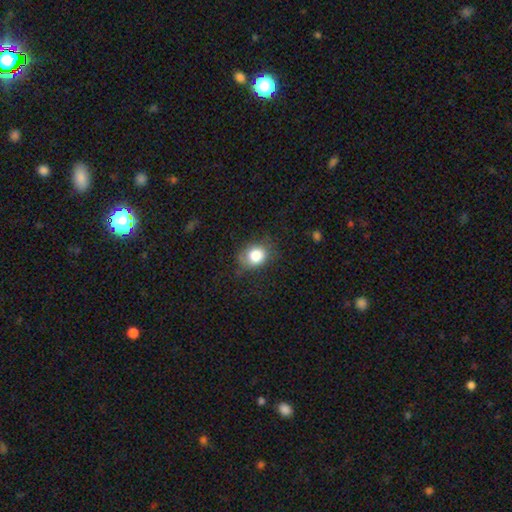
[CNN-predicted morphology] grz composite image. It shows a smooth galaxy with no disk features (82%) that is round (53%). Merging: none (67%).